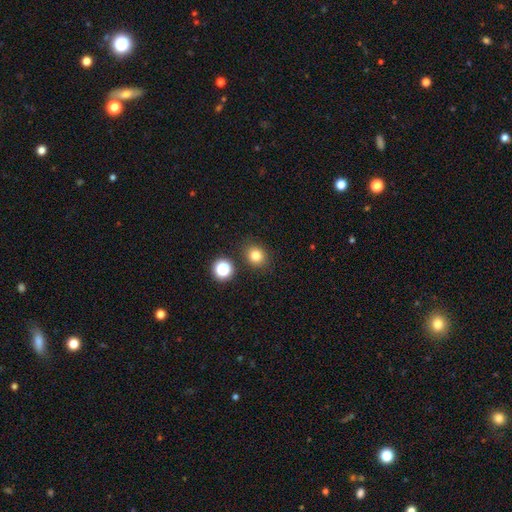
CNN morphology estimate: Smooth or featured? smooth (79%)
How rounded? round (73%)
Merging? none (84%)